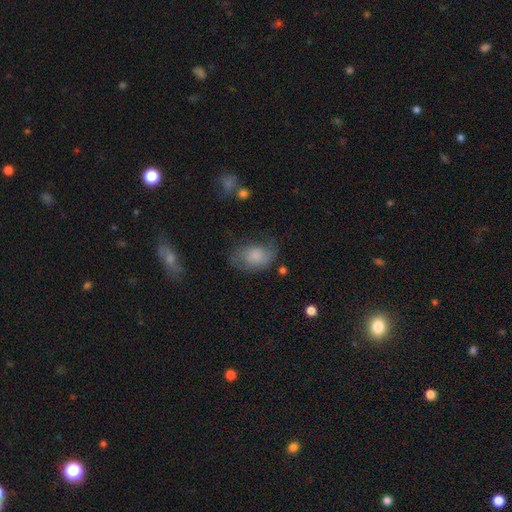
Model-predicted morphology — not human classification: A smooth galaxy with no disk features (64%) that is in between round and cigar-shaped (80%).

Vote fractions:
- Smooth or featured? smooth: 64% / featured or disk: 27% / star or artifact: 9%
- How rounded? in between: 80% / round: 19% / cigar-shaped: 1%
- Merging? none: 51% / minor disturbance: 29% / major disturbance: 18% / merger: 2%